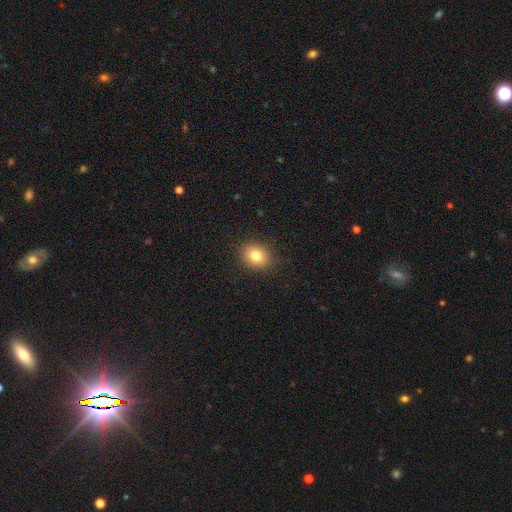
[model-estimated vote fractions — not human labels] Smooth or featured: smooth — 80% (star or artifact — 11%)
How rounded: round — 58% (in between — 41%)
Merging: none — 88% (minor disturbance — 9%)